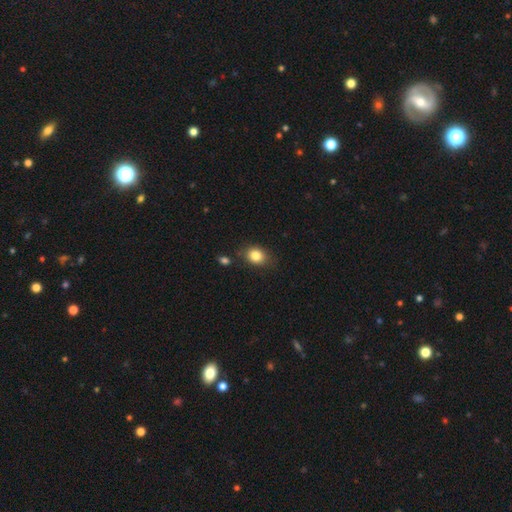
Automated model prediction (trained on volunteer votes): A smooth galaxy with no disk features (84%) that is in between round and cigar-shaped (58%). Merging: none (78%).